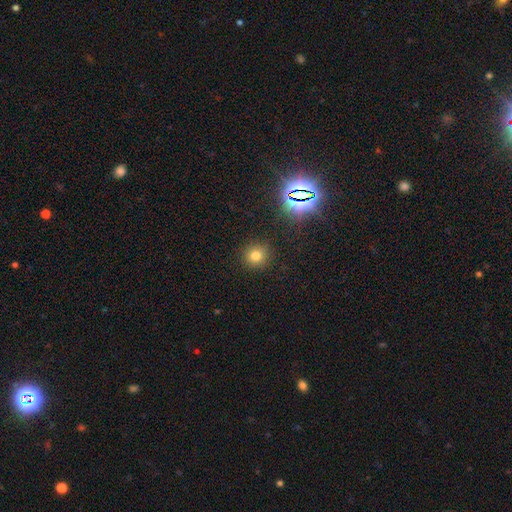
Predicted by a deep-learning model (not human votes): Smooth or featured?
  - smooth: 75% *
  - star or artifact: 18%
  - featured or disk: 7%
How rounded?
  - round: 92% *
  - in between: 7%
  - cigar-shaped: 1%
Merging?
  - none: 90% *
  - minor disturbance: 6%
  - major disturbance: 2%
  - merger: 1%